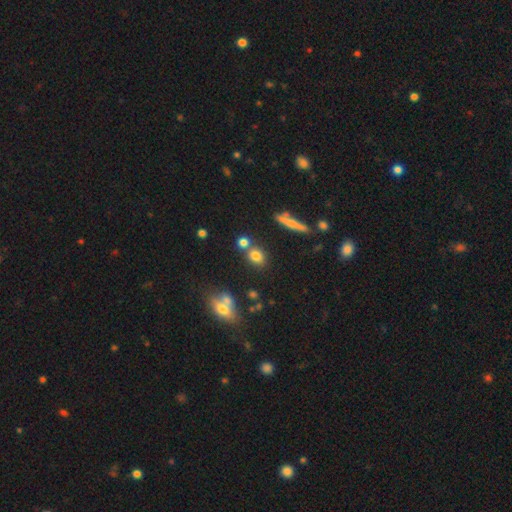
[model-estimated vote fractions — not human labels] This appears to be a smooth galaxy with no disk features (75%) that is round (58%). Merging: none (63%).